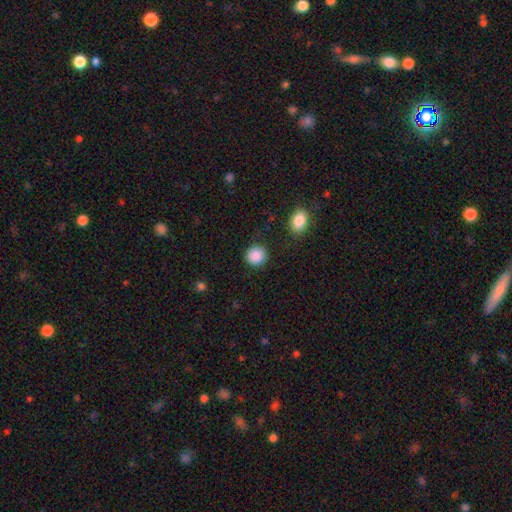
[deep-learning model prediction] Morphology: type=smooth (89%); roundness=round (90%); merging=none (88%).